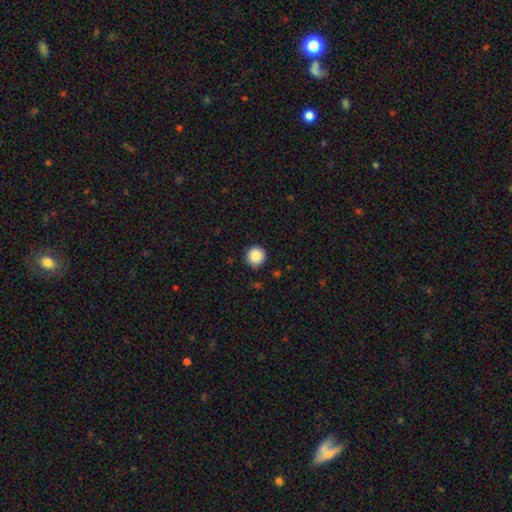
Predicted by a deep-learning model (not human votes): Smooth or featured?
  - smooth: 88% *
  - star or artifact: 9%
  - featured or disk: 3%
How rounded?
  - round: 95% *
  - in between: 4%
  - cigar-shaped: 1%
Merging?
  - none: 90% *
  - minor disturbance: 7%
  - major disturbance: 2%
  - merger: 1%